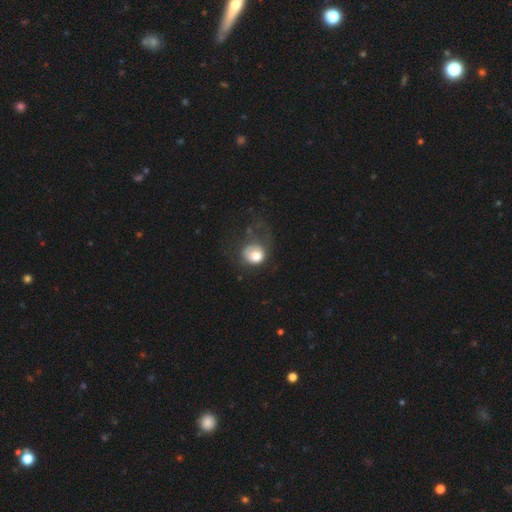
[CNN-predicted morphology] A smooth galaxy with no disk features (73%) that is round (72%).

Vote fractions:
- Smooth or featured? smooth: 73% / featured or disk: 18% / star or artifact: 9%
- How rounded? round: 72% / in between: 27% / cigar-shaped: 1%
- Merging? major disturbance: 36% / none: 34% / minor disturbance: 26% / merger: 3%